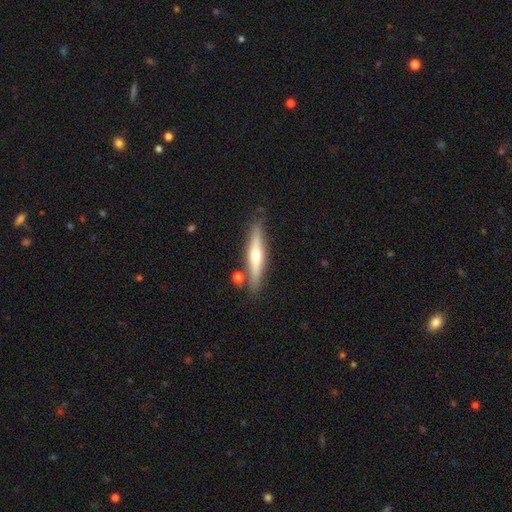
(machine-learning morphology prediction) type=featured or disk (57%); edge-on=yes (93%); edge-on bulge=rounded (87%); merging=none (83%).